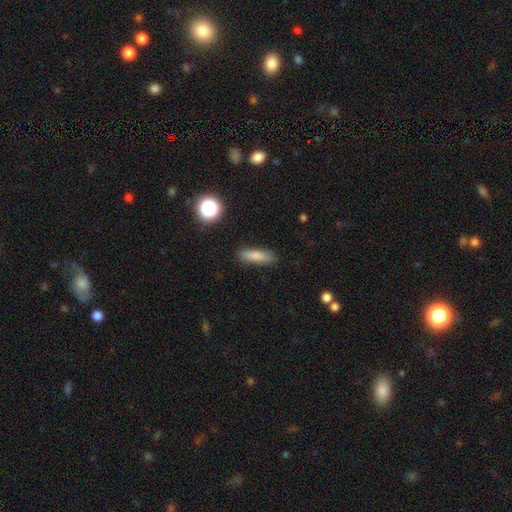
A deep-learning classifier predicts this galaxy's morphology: type=smooth (80%); roundness=cigar-shaped (60%); merging=none (86%).